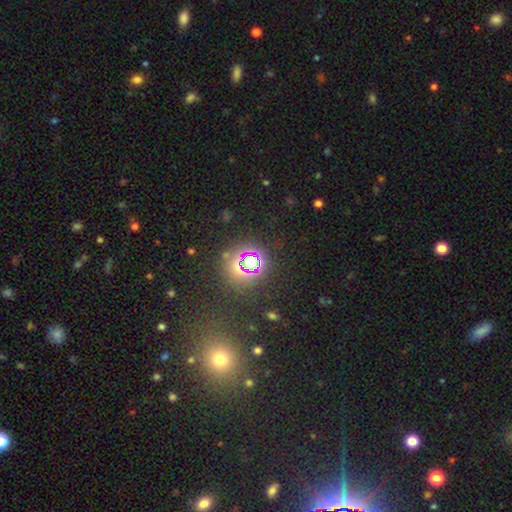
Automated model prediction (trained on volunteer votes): Smooth or featured?
  - star or artifact: 71% *
  - smooth: 22%
  - featured or disk: 8%